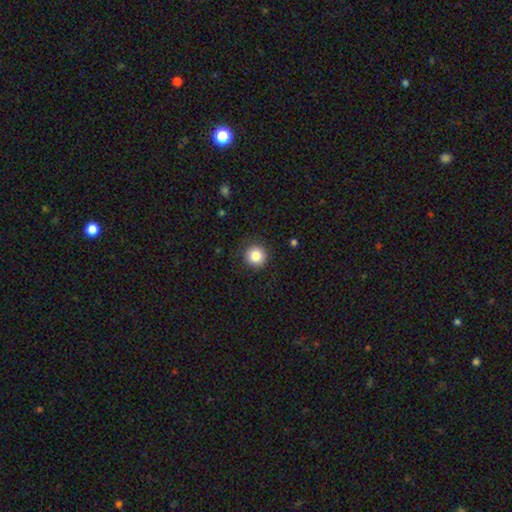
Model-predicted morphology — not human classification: Q: Smooth or featured?
A: smooth (85%); runner-up: star or artifact (10%)
Q: How rounded?
A: round (95%); runner-up: in between (4%)
Q: Merging?
A: none (90%); runner-up: minor disturbance (7%)